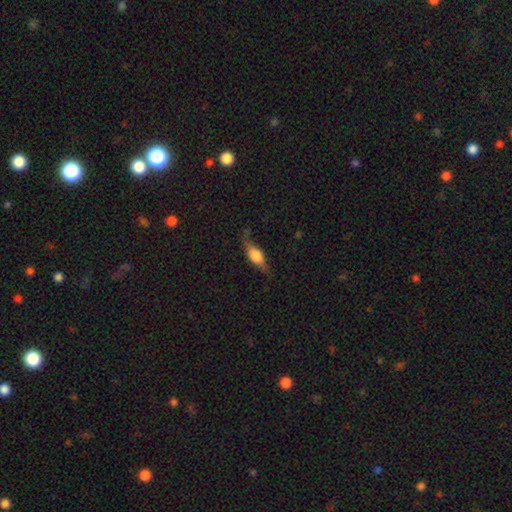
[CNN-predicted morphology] smooth-or-featured: featured or disk: 50% | smooth: 43% | star or artifact: 8%
  merging: none: 69% | minor disturbance: 22% | major disturbance: 8% | merger: 2%